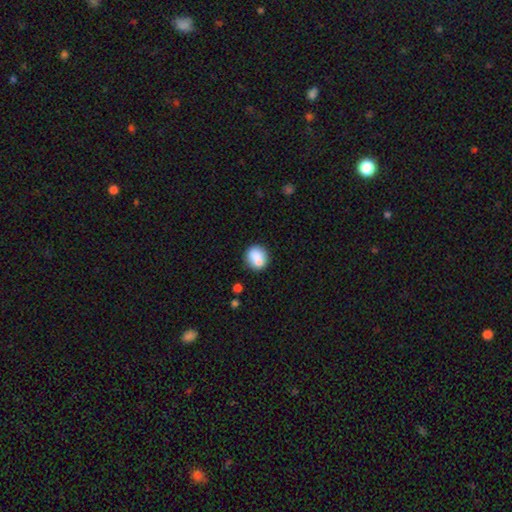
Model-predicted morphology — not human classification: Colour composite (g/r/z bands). It shows a smooth galaxy with no disk features (81%) that is round (78%). Merging: none (65%).